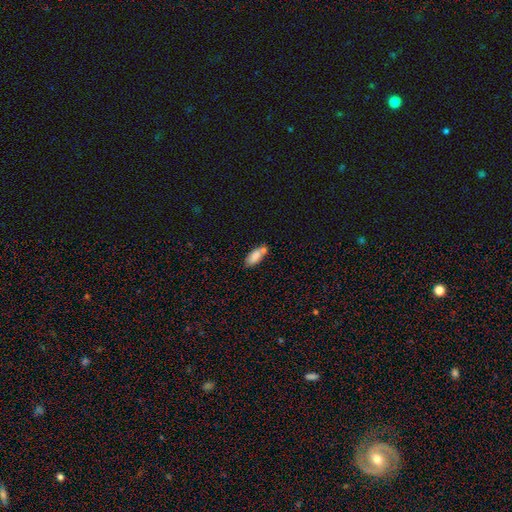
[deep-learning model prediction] This appears to be a smooth galaxy with no disk features (82%) that is in between round and cigar-shaped (83%). Merging: none (51%).